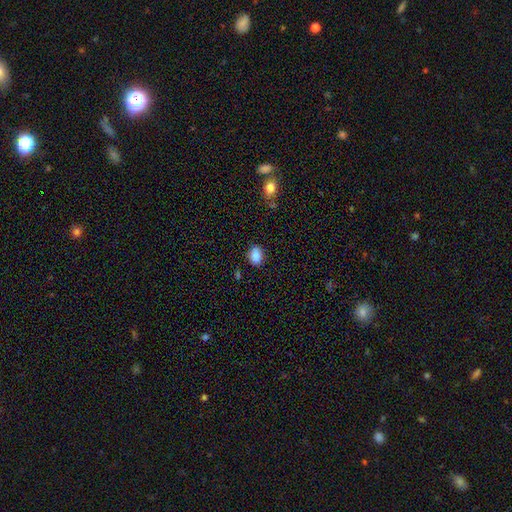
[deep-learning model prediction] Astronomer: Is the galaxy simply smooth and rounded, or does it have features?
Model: smooth — 87%.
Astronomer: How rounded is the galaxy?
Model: in between — 69%.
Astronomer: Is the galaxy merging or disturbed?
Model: none — 81%.